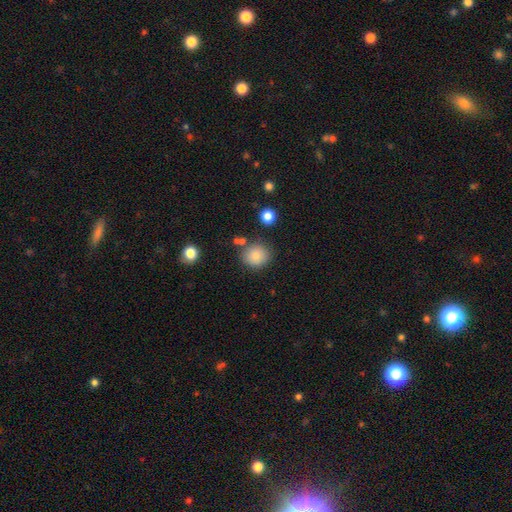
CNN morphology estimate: Smooth or featured? smooth (81%)
How rounded? round (86%)
Merging? none (79%)